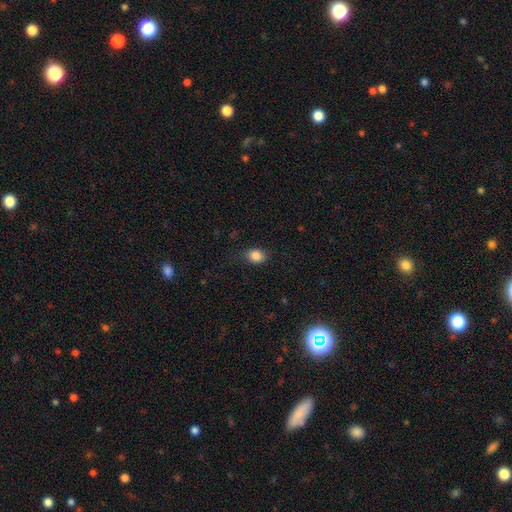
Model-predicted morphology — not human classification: Smooth or featured? Predicted: smooth (p=0.85). How rounded? Predicted: in between (p=0.54). Merging? Predicted: none (p=0.80).